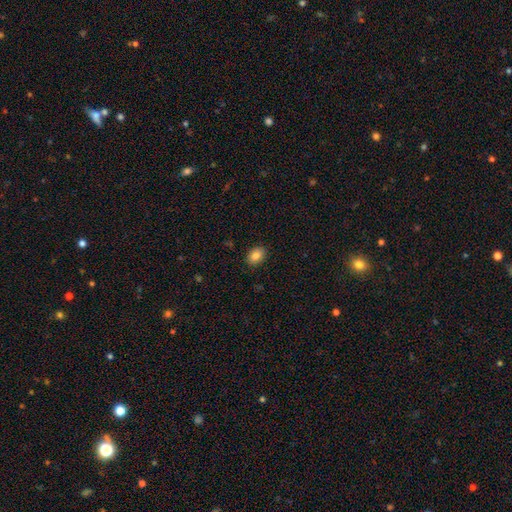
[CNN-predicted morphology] This appears to be a smooth galaxy with no disk features (85%) that is in between round and cigar-shaped (80%). Merging: none (89%).